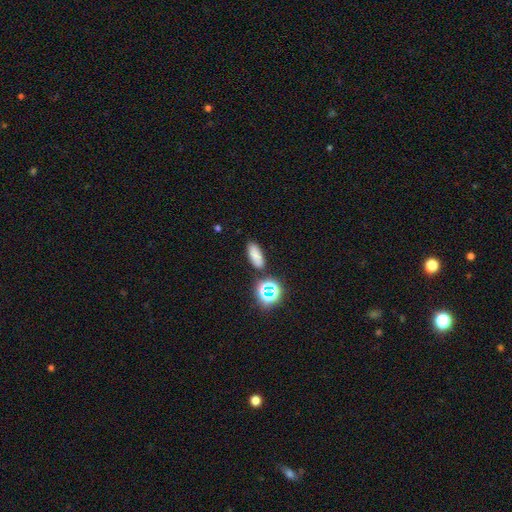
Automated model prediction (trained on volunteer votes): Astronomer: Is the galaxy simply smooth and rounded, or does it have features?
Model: smooth — 75%.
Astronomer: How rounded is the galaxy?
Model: in between — 75%.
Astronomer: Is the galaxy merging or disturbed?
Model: none — 84%.